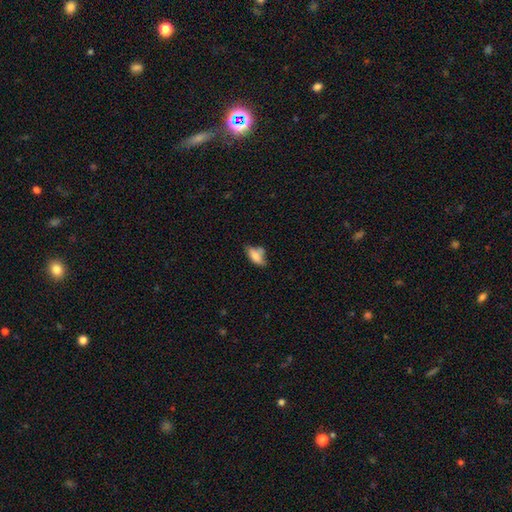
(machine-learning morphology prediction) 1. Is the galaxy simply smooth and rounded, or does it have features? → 72% smooth, 20% featured or disk, 9% star or artifact.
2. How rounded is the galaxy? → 80% in between, 16% cigar-shaped, 4% round.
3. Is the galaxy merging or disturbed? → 46% none, 28% minor disturbance, 16% merger, 10% major disturbance.